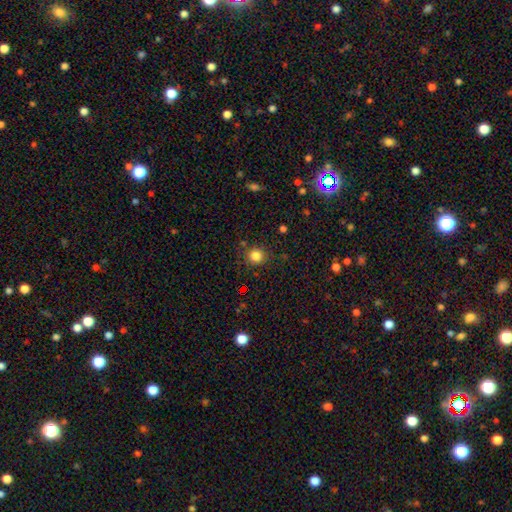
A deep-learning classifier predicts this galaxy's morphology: The model was most divided on "smooth or featured": smooth: 82%, star or artifact: 13%, featured or disk: 5%. More confident: how rounded — round (91%); merging — none (85%).